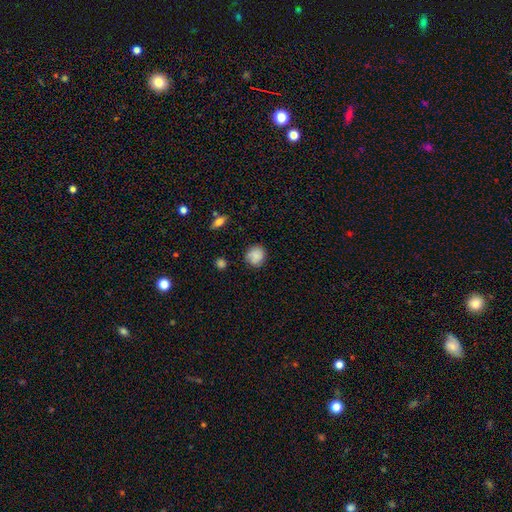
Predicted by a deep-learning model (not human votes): This is likely a smooth galaxy (80%). How rounded: clearly round (82%). Merging: likely none (78%).